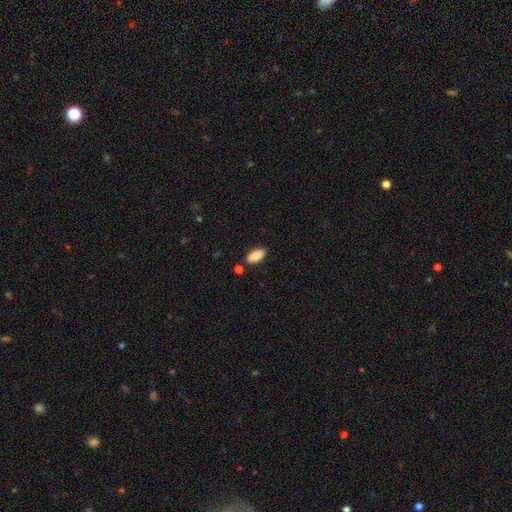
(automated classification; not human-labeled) smooth-or-featured: smooth: 89% | star or artifact: 7% | featured or disk: 4%
  how-rounded: in between: 89% | cigar-shaped: 8% | round: 2%
  merging: none: 83% | minor disturbance: 11% | merger: 4% | major disturbance: 2%